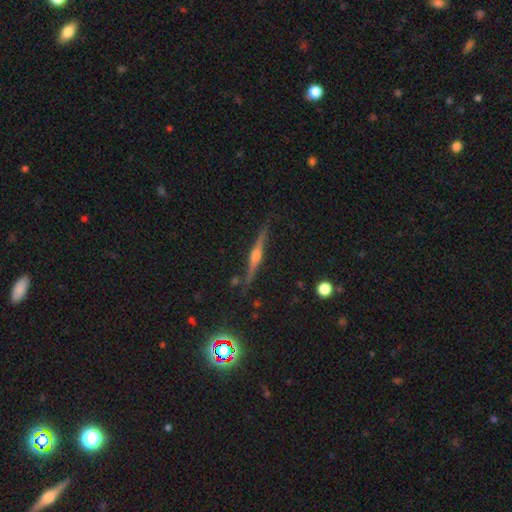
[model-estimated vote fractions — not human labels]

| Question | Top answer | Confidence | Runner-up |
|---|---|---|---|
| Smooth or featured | featured or disk | 80% | smooth (11%) |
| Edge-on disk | yes | 98% | no (2%) |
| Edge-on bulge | rounded | 92% | boxy (5%) |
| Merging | none | 86% | minor disturbance (10%) |